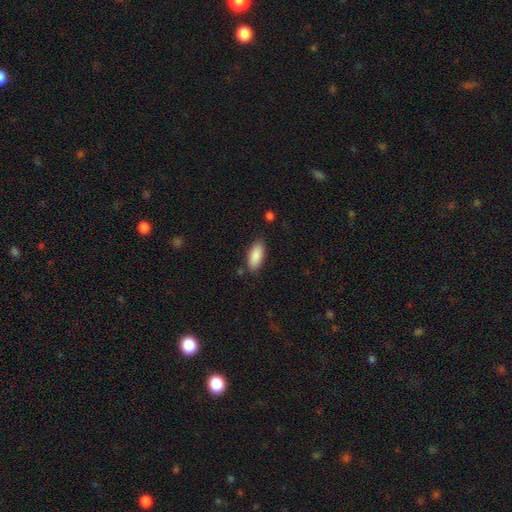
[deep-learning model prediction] The model was most divided on "how rounded": in between: 84%, cigar-shaped: 15%, round: 2%. More confident: smooth or featured — smooth (88%); merging — none (82%).